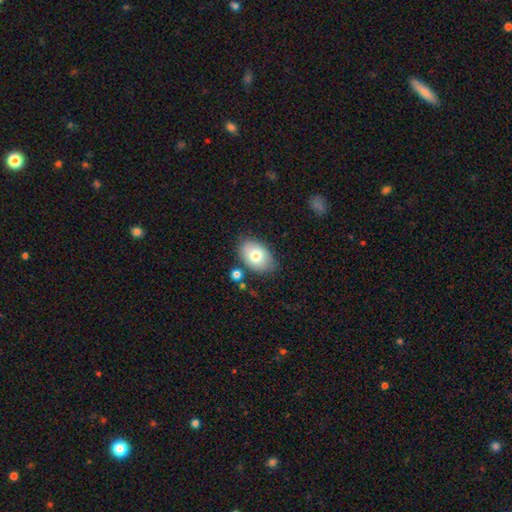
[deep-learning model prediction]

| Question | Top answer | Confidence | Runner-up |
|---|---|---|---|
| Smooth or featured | smooth | 76% | featured or disk (17%) |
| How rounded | in between | 88% | round (11%) |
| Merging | none | 78% | minor disturbance (14%) |